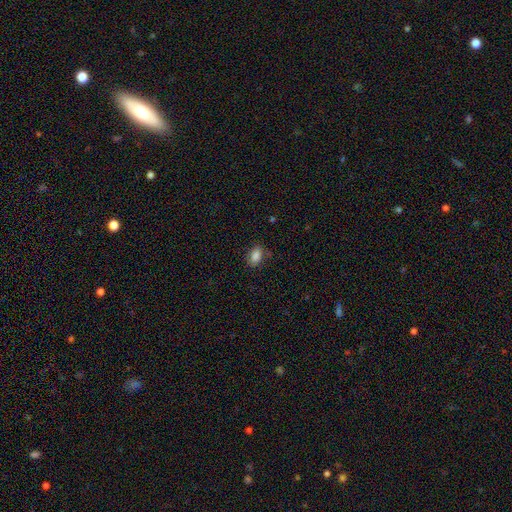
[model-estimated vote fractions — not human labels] A smooth galaxy with no disk features (86%) that is in between round and cigar-shaped (87%).

Vote fractions:
- Smooth or featured? smooth: 86% / star or artifact: 9% / featured or disk: 5%
- How rounded? in between: 87% / round: 11% / cigar-shaped: 2%
- Merging? none: 80% / minor disturbance: 15% / major disturbance: 4% / merger: 2%